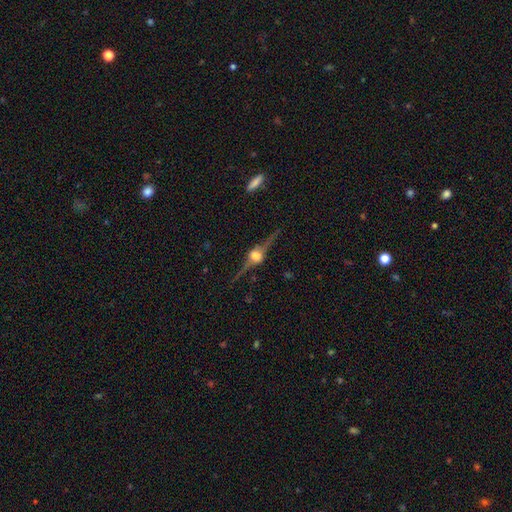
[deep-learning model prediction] smooth_or_featured: featured or disk (p=0.87) [alt: star or artifact p=0.07]
disk_edge_on: yes (p=0.97) [alt: no p=0.03]
edge_on_bulge: rounded (p=0.94) [alt: boxy p=0.05]
merging: none (p=0.87) [alt: minor disturbance p=0.09]